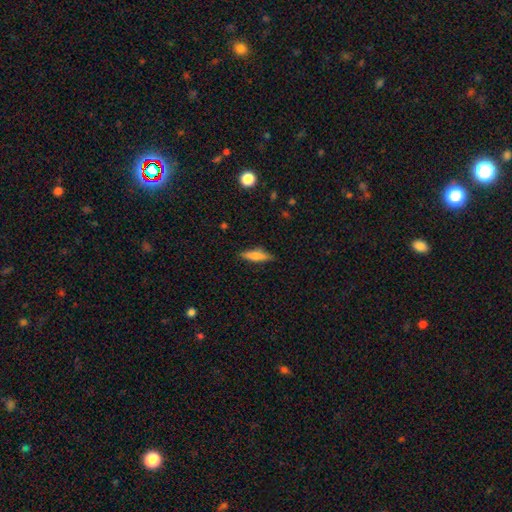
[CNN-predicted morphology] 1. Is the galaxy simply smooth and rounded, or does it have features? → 69% smooth, 24% featured or disk, 7% star or artifact.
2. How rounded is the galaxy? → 66% cigar-shaped, 32% in between, 2% round.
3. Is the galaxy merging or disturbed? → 85% none, 12% minor disturbance, 3% major disturbance, 1% merger.